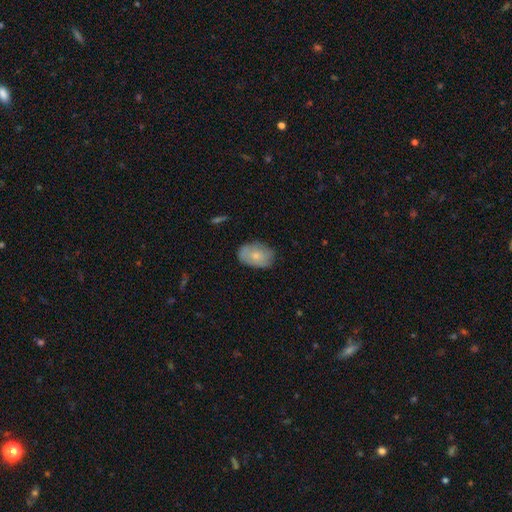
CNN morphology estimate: Q: Smooth or featured?
A: smooth (72%); runner-up: featured or disk (22%)
Q: How rounded?
A: in between (85%); runner-up: round (14%)
Q: Merging?
A: none (76%); runner-up: minor disturbance (19%)